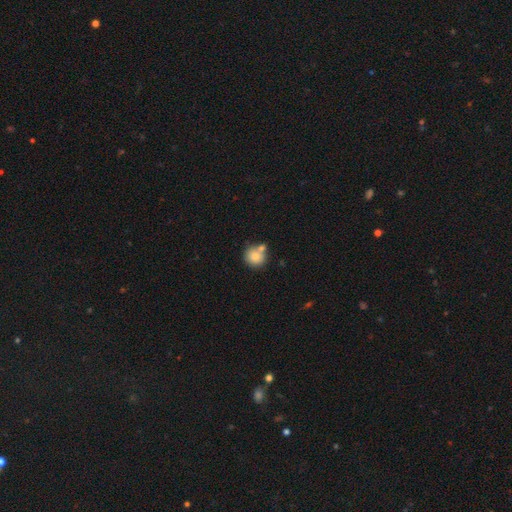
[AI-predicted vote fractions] Q: Smooth or featured?
A: smooth (82%); runner-up: featured or disk (9%)
Q: How rounded?
A: round (90%); runner-up: in between (9%)
Q: Merging?
A: none (59%); runner-up: merger (27%)